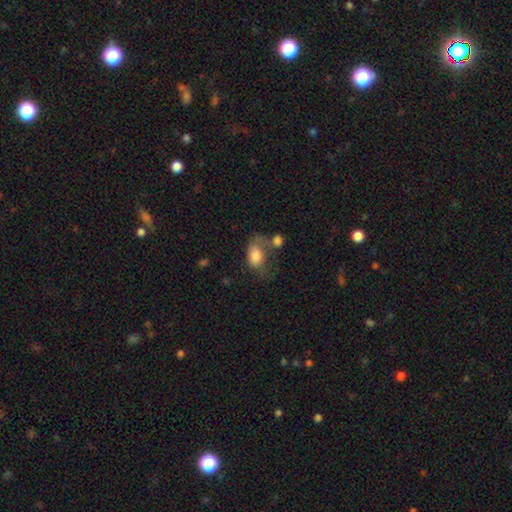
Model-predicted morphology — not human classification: Q: Smooth or featured?
A: smooth (78%); runner-up: featured or disk (15%)
Q: How rounded?
A: in between (85%); runner-up: round (14%)
Q: Merging?
A: merger (27%); runner-up: none (26%)